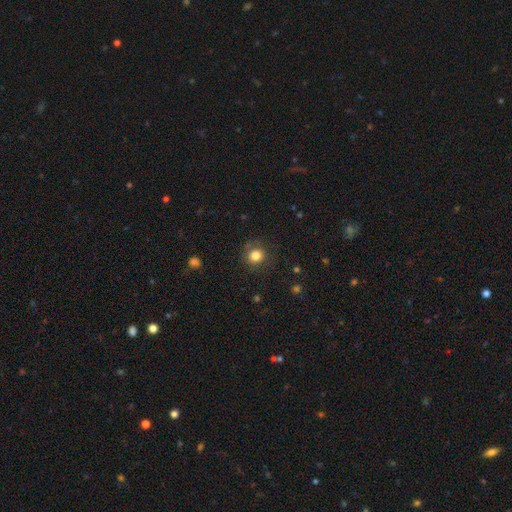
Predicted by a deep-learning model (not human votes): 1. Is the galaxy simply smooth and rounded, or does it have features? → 81% smooth, 12% star or artifact, 8% featured or disk.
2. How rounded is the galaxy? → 86% round, 13% in between, 1% cigar-shaped.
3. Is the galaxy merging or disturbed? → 79% none, 14% minor disturbance, 6% major disturbance, 1% merger.